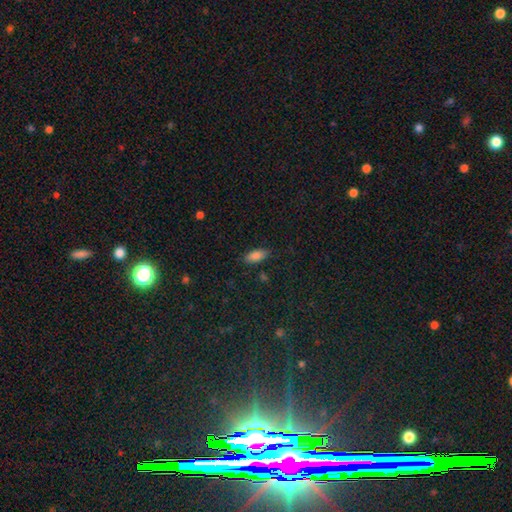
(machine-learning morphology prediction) Smooth or featured? Predicted: smooth (p=0.85). How rounded? Predicted: in between (p=0.89). Merging? Predicted: none (p=0.82).